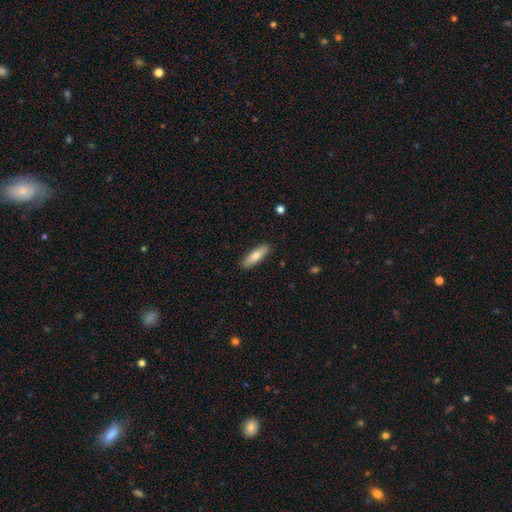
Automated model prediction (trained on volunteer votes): Smooth or featured? smooth (76%)
How rounded? cigar-shaped (55%)
Merging? none (89%)